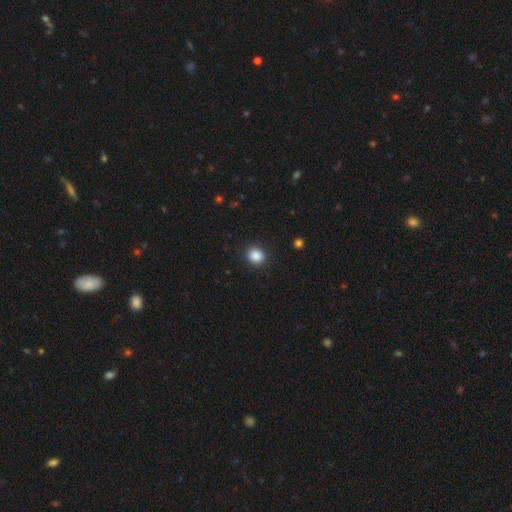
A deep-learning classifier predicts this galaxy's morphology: smooth-or-featured: smooth: 88% | star or artifact: 9% | featured or disk: 3%
  how-rounded: round: 72% | in between: 27% | cigar-shaped: 1%
  merging: none: 89% | minor disturbance: 7% | major disturbance: 3% | merger: 1%